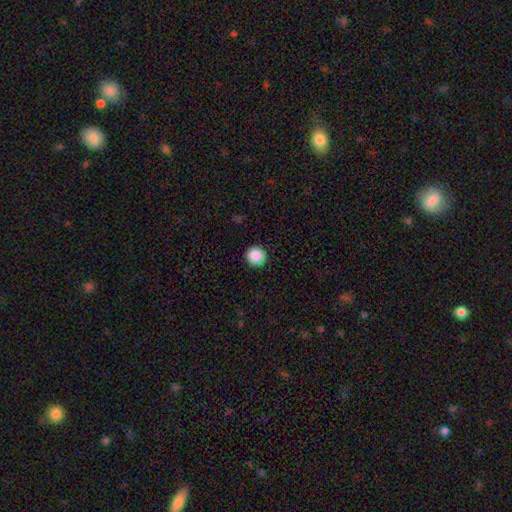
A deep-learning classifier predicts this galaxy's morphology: smooth 89%, star or artifact 9%, featured or disk 2%. Down the decision tree: how rounded — round (94%); merging — none (93%).